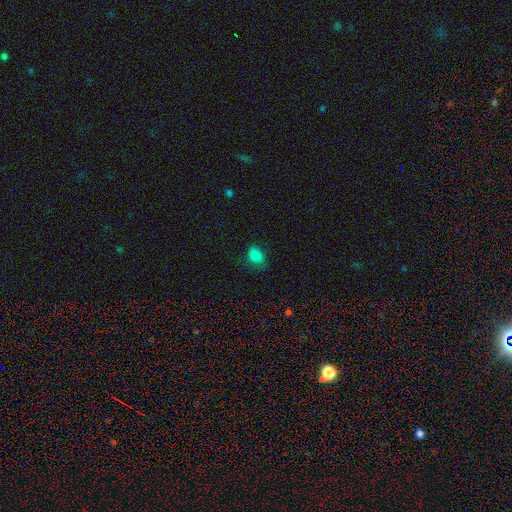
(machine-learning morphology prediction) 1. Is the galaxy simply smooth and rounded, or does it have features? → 83% smooth, 12% star or artifact, 5% featured or disk.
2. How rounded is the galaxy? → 75% in between, 23% round, 1% cigar-shaped.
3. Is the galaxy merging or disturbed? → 73% none, 20% minor disturbance, 5% major disturbance, 1% merger.